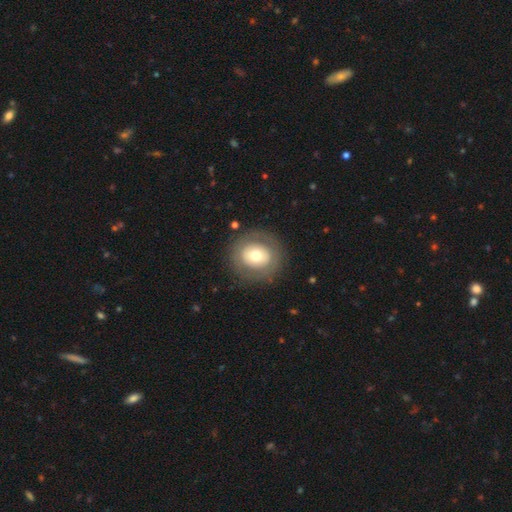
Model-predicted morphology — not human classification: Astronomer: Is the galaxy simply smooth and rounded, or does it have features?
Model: smooth — 58% (runner-up: featured or disk, 34%).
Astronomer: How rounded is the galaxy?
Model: round — 87%.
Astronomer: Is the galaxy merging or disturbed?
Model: none — 84%.